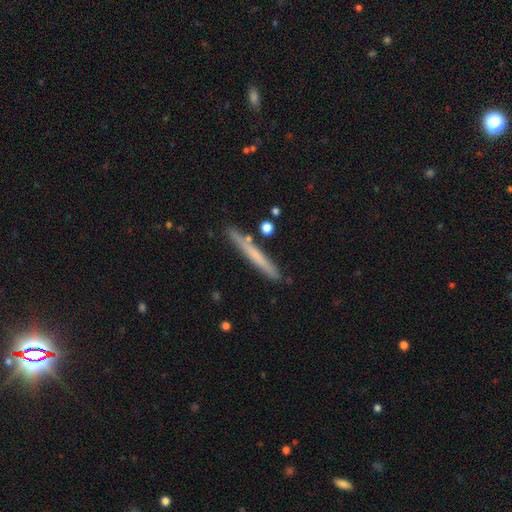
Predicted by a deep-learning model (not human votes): smooth-or-featured: smooth: 57% | featured or disk: 37% | star or artifact: 6%
  how-rounded: cigar-shaped: 96% | in between: 2% | round: 1%
  merging: none: 84% | minor disturbance: 10% | merger: 4% | major disturbance: 2%